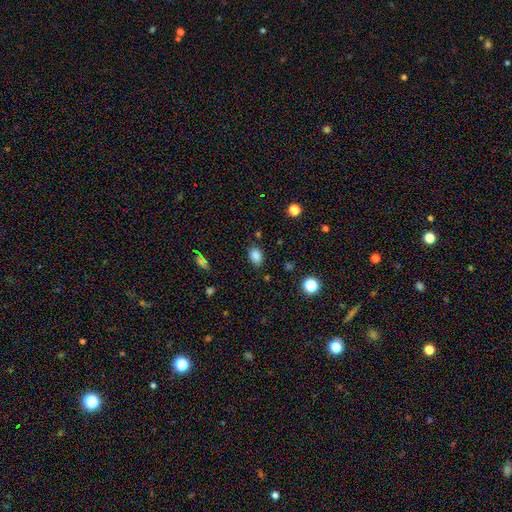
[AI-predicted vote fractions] Q: Smooth or featured?
A: smooth (84%); runner-up: star or artifact (11%)
Q: How rounded?
A: in between (76%); runner-up: round (23%)
Q: Merging?
A: none (80%); runner-up: minor disturbance (14%)